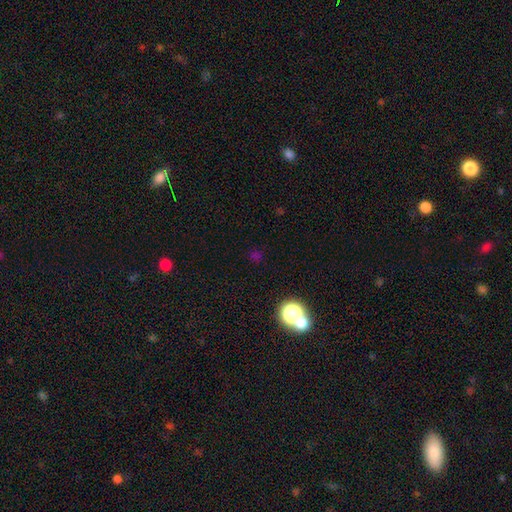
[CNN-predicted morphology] Q: Smooth or featured?
A: smooth (47%); runner-up: star or artifact (46%)
Q: Merging?
A: none (79%); runner-up: minor disturbance (9%)